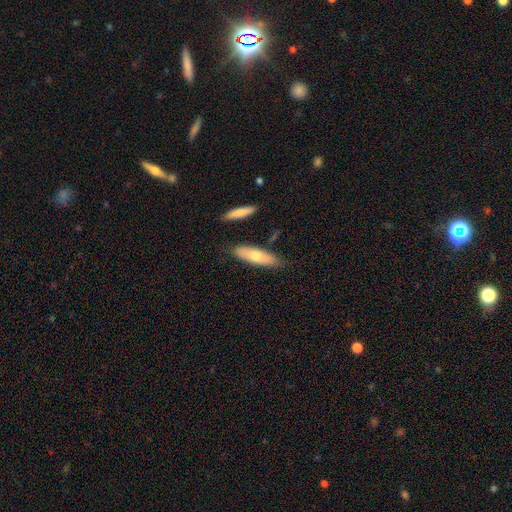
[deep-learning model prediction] Overall: smooth (68%). How rounded: cigar-shaped (54%; in between 44%). Merging: none (76%).